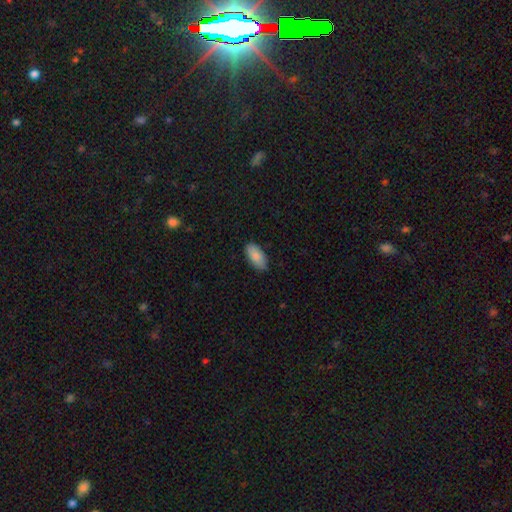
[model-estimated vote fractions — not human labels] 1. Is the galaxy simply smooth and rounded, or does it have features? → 88% smooth, 7% featured or disk, 6% star or artifact.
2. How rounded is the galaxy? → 92% in between, 6% cigar-shaped, 2% round.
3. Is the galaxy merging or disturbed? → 86% none, 11% minor disturbance, 2% major disturbance, 1% merger.